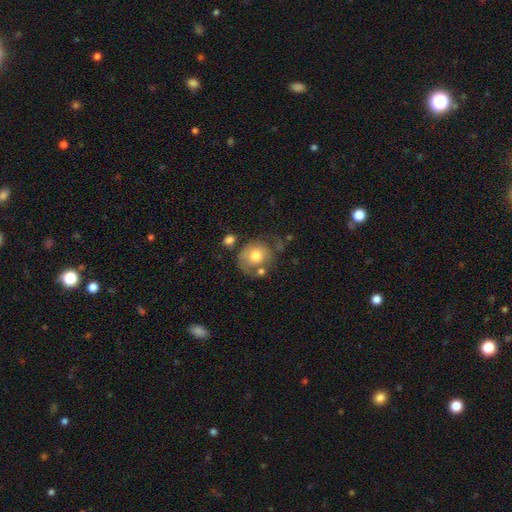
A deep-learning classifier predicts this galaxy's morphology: This is likely a smooth galaxy (63%). How rounded: likely round (74%). Merging: possibly none (47%).